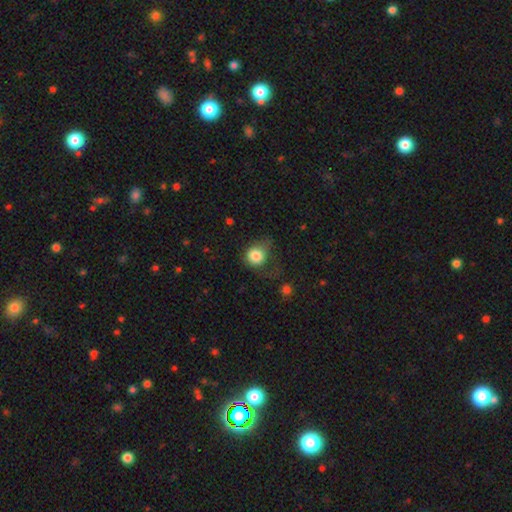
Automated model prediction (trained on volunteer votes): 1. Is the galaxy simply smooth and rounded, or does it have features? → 83% smooth, 9% star or artifact, 8% featured or disk.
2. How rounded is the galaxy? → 80% round, 19% in between, 1% cigar-shaped.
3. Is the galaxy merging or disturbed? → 38% none, 30% minor disturbance, 30% major disturbance, 3% merger.